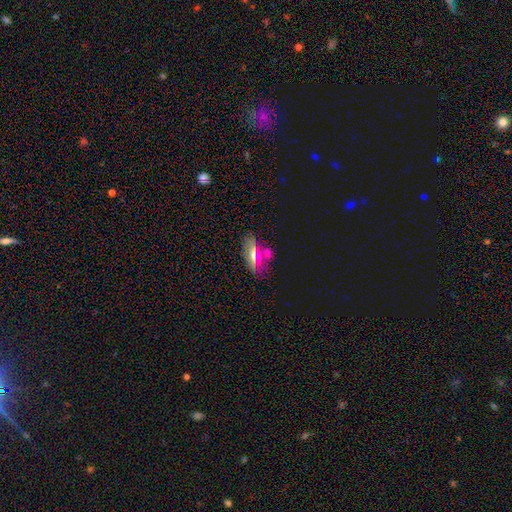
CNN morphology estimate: Q: Smooth or featured?
A: smooth (47%); runner-up: featured or disk (34%)
Q: Merging?
A: none (71%); runner-up: minor disturbance (13%)